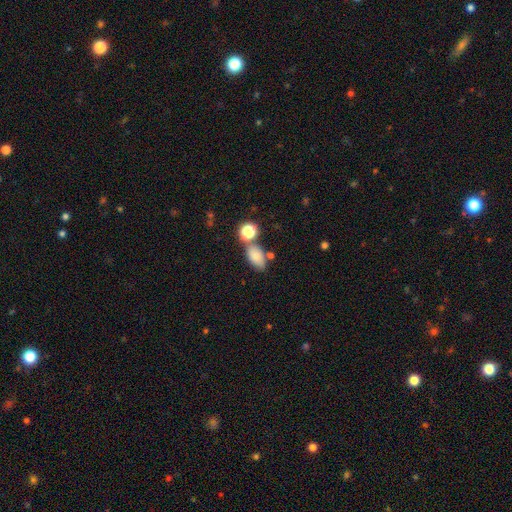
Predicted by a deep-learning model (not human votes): Morphology: type=smooth (78%); roundness=in between (86%); merging=none (57%).